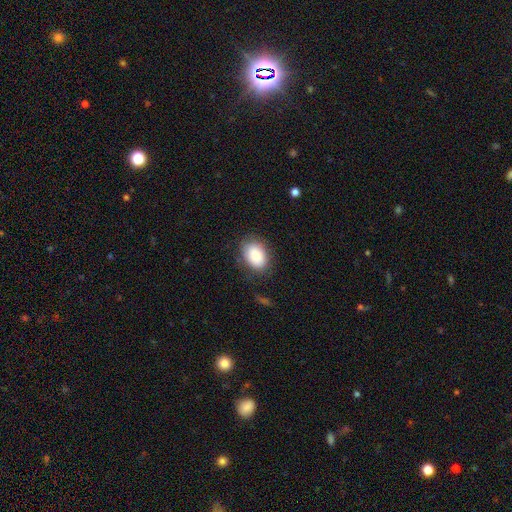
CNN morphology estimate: Smooth or featured? Predicted: smooth (p=0.83). How rounded? Predicted: in between (p=0.79). Merging? Predicted: none (p=0.77).